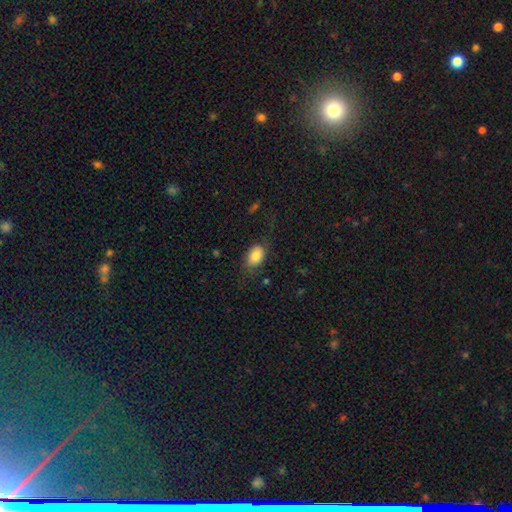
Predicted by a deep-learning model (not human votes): Smooth or featured?
  - smooth: 82% *
  - featured or disk: 10%
  - star or artifact: 8%
How rounded?
  - in between: 82% *
  - round: 17%
  - cigar-shaped: 1%
Merging?
  - none: 67% *
  - minor disturbance: 21%
  - major disturbance: 10%
  - merger: 2%